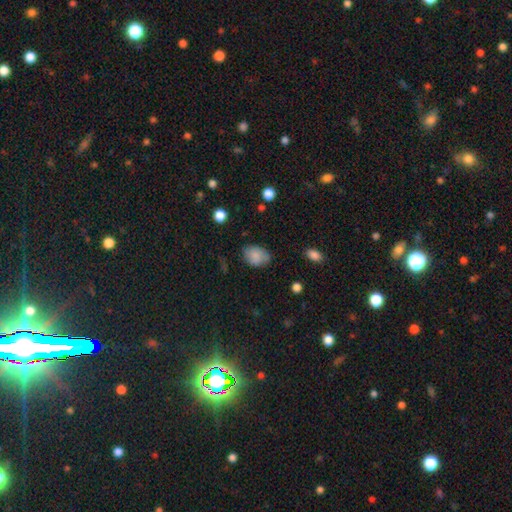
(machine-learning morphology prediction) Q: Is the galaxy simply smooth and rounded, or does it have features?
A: smooth — 82%.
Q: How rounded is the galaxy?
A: in between — 74%.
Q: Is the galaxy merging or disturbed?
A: none — 68%.